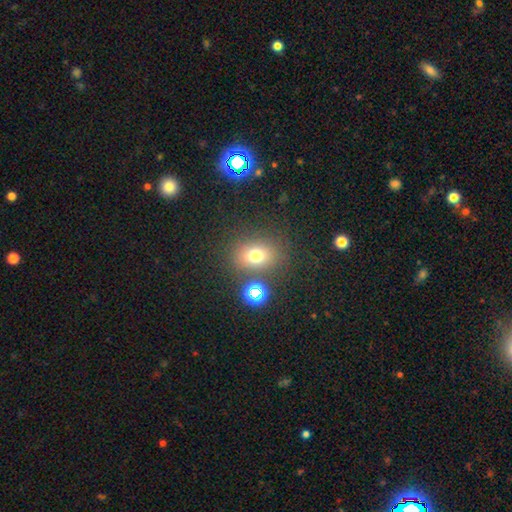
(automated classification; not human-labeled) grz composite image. It shows a smooth galaxy with no disk features (69%) that is round (50%). Merging: none (75%).